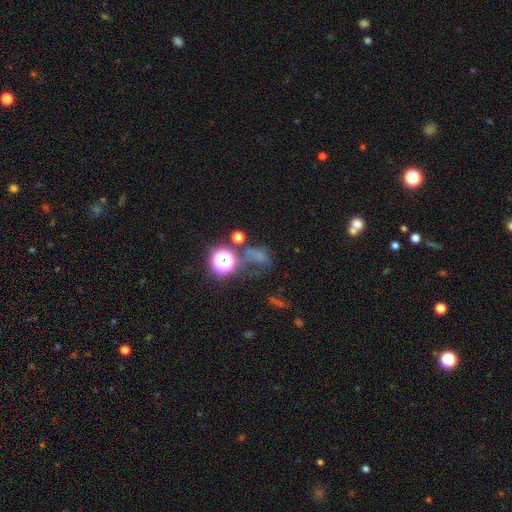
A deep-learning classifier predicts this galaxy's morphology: Q: Smooth or featured?
A: smooth (44%); runner-up: star or artifact (39%)
Q: Merging?
A: none (36%); runner-up: major disturbance (29%)